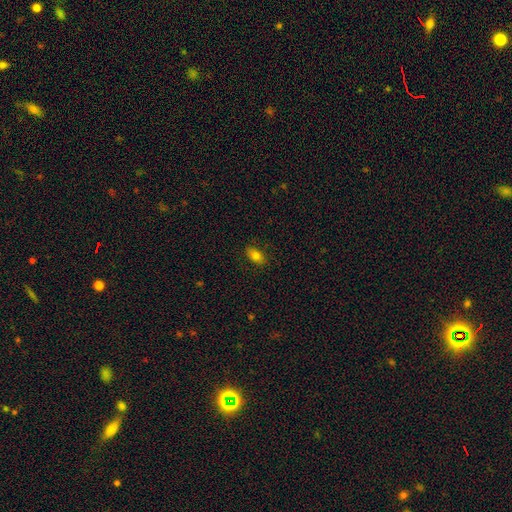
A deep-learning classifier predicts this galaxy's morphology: Q: Smooth or featured?
A: smooth (78%); runner-up: featured or disk (12%)
Q: How rounded?
A: in between (87%); runner-up: round (9%)
Q: Merging?
A: none (86%); runner-up: minor disturbance (11%)